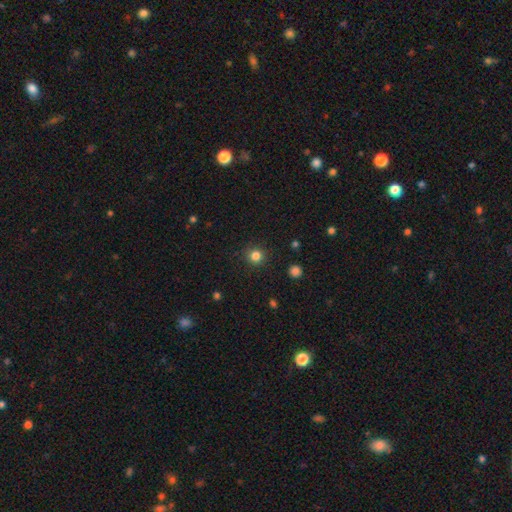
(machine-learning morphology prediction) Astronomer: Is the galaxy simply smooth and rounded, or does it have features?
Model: smooth — 82%.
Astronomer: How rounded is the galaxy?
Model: round — 93%.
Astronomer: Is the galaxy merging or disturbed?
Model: none — 90%.